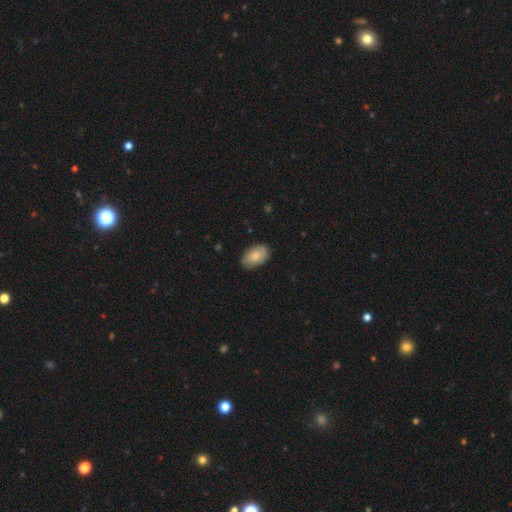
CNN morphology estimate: The model was most divided on "smooth or featured": smooth: 81%, featured or disk: 13%, star or artifact: 6%. More confident: how rounded — in between (93%); merging — none (86%).